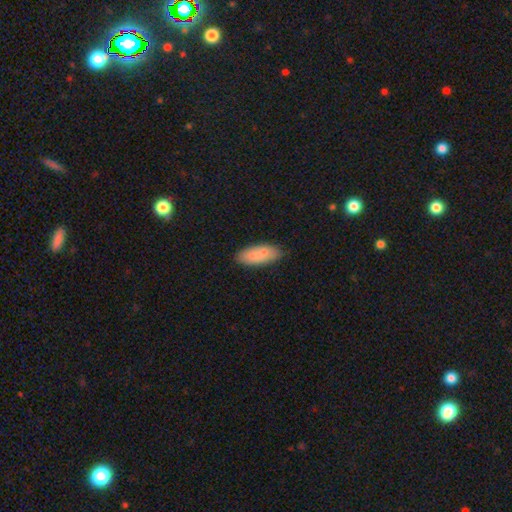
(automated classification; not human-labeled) smooth 80%, featured or disk 14%, star or artifact 6%. Down the decision tree: how rounded — in between (82%); merging — none (79%).